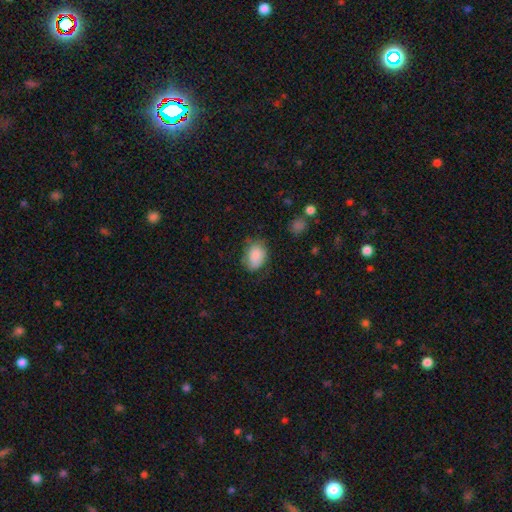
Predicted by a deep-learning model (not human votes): smooth 85%, star or artifact 8%, featured or disk 8%. Down the decision tree: how rounded — in between (71%); merging — none (59%).